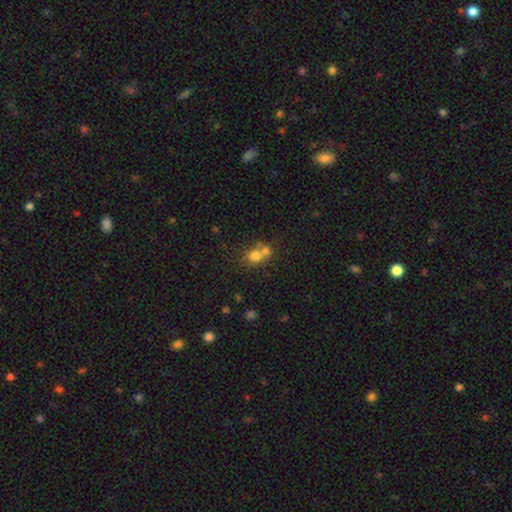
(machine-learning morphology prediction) The model was most divided on "merging": merger: 52%, none: 37%, minor disturbance: 7%, major disturbance: 3%. More confident: how rounded — round (74%); smooth or featured — smooth (72%).